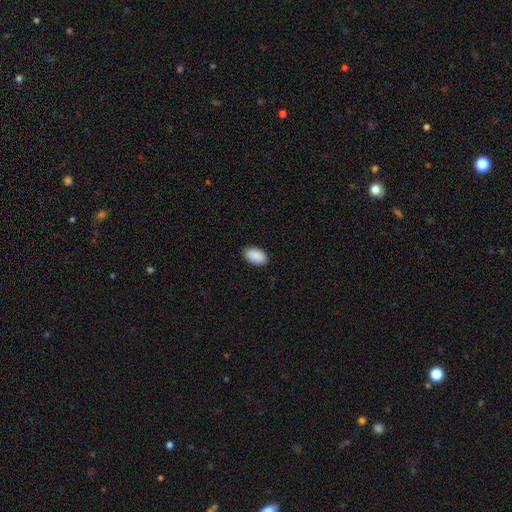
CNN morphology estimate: smooth 91%, star or artifact 6%, featured or disk 3%. Down the decision tree: how rounded — in between (95%); merging — none (89%).